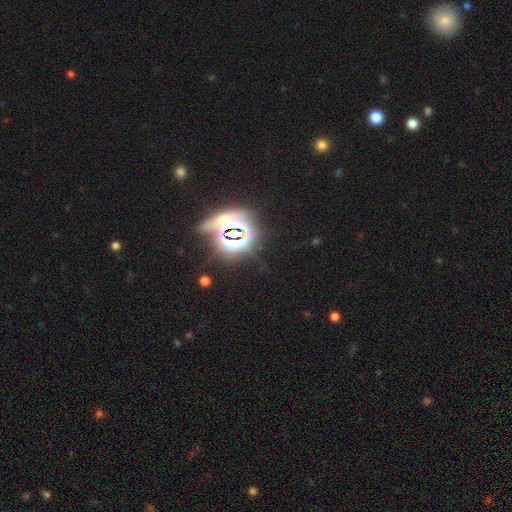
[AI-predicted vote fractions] Smooth or featured?
  - star or artifact: 82% *
  - smooth: 10%
  - featured or disk: 8%